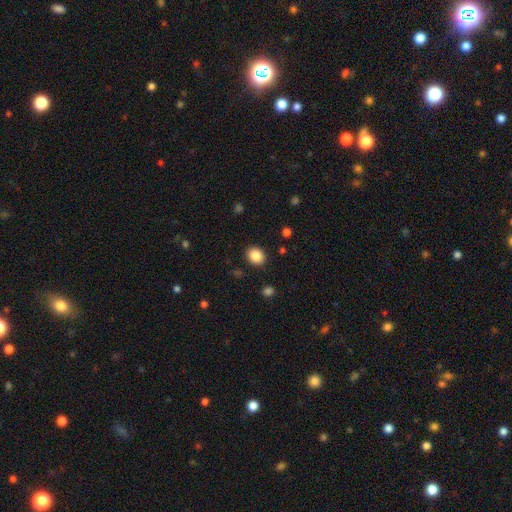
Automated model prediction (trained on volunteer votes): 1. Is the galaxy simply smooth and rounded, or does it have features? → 86% smooth, 9% star or artifact, 4% featured or disk.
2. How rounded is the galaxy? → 67% round, 32% in between, 1% cigar-shaped.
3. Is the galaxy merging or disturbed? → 89% none, 7% minor disturbance, 2% major disturbance, 1% merger.